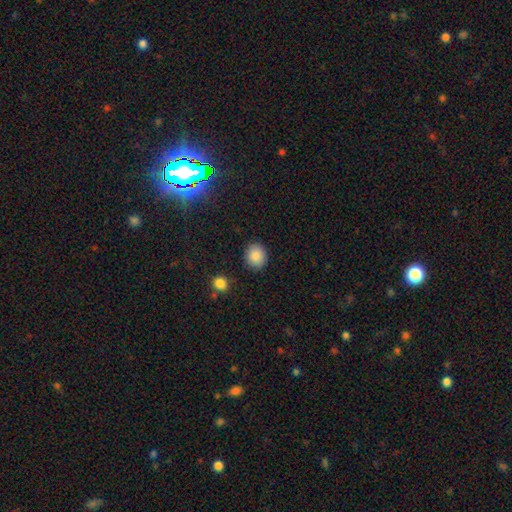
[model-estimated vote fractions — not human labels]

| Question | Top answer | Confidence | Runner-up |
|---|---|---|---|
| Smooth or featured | smooth | 87% | star or artifact (8%) |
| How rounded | round | 73% | in between (26%) |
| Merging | none | 88% | minor disturbance (8%) |